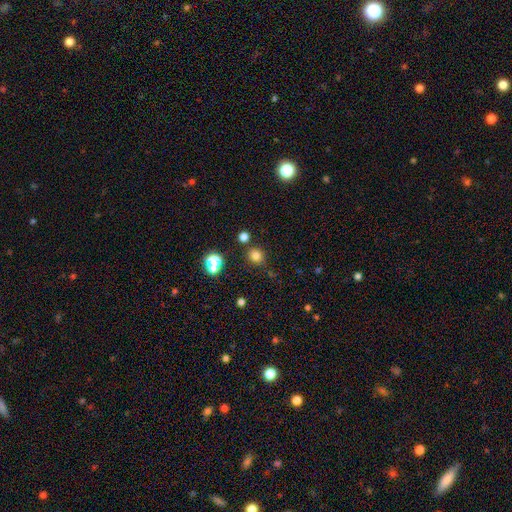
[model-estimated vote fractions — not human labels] A smooth galaxy with no disk features (76%) that is round (85%). Merging: none (81%).